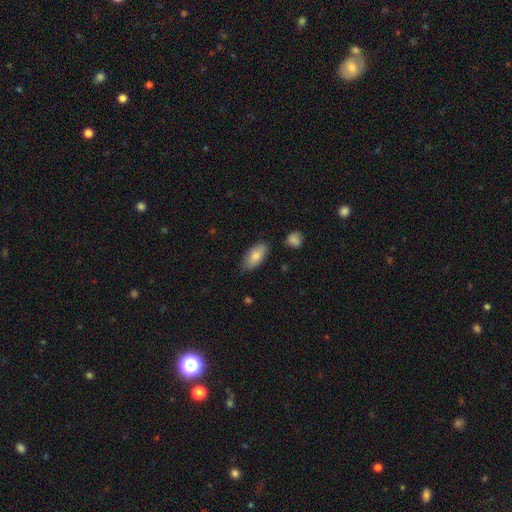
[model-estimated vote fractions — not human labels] Q: Smooth or featured?
A: smooth (82%); runner-up: featured or disk (12%)
Q: How rounded?
A: in between (90%); runner-up: cigar-shaped (8%)
Q: Merging?
A: none (77%); runner-up: minor disturbance (17%)